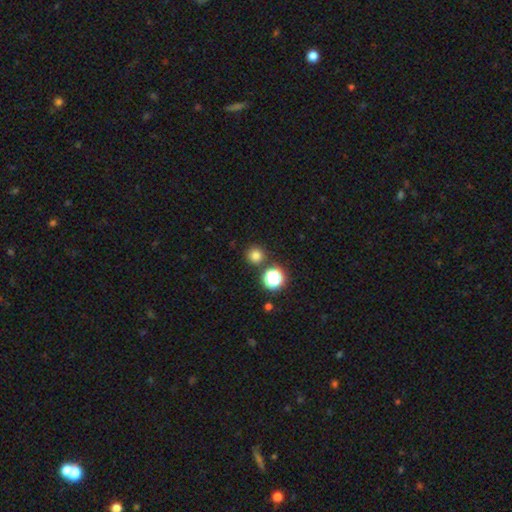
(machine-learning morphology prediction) type=smooth (77%); roundness=round (95%); merging=none (86%).